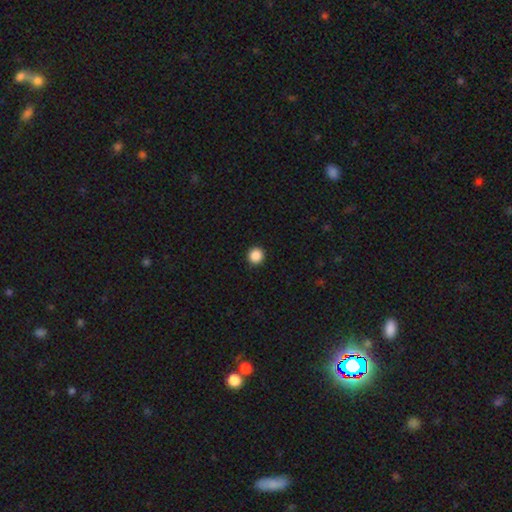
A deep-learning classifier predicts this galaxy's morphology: smooth-or-featured: smooth: 88% | star or artifact: 10% | featured or disk: 2%
  how-rounded: round: 94% | in between: 5% | cigar-shaped: 1%
  merging: none: 93% | minor disturbance: 4% | major disturbance: 2% | merger: 1%